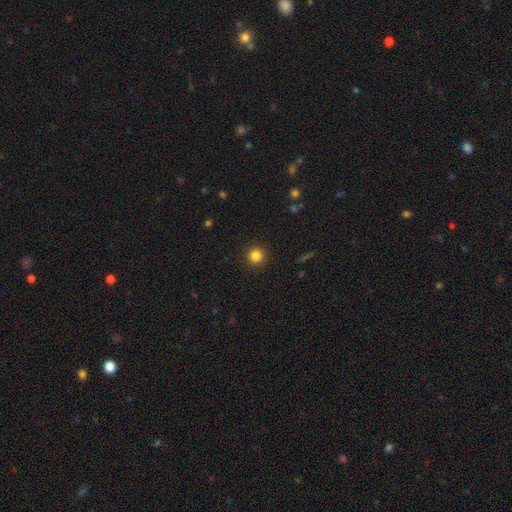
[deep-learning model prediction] Smooth or featured?
  - smooth: 84% *
  - star or artifact: 12%
  - featured or disk: 4%
How rounded?
  - round: 95% *
  - in between: 4%
  - cigar-shaped: 1%
Merging?
  - none: 92% *
  - minor disturbance: 5%
  - major disturbance: 2%
  - merger: 1%